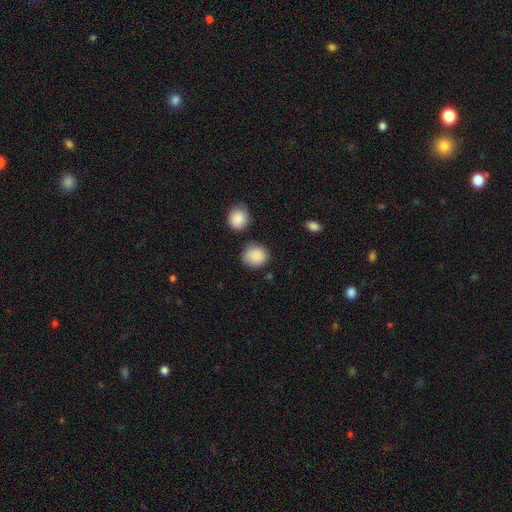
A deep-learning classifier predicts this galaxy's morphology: Smooth or featured: smooth — 89% (star or artifact — 7%)
How rounded: round — 81% (in between — 18%)
Merging: none — 76% (minor disturbance — 15%)